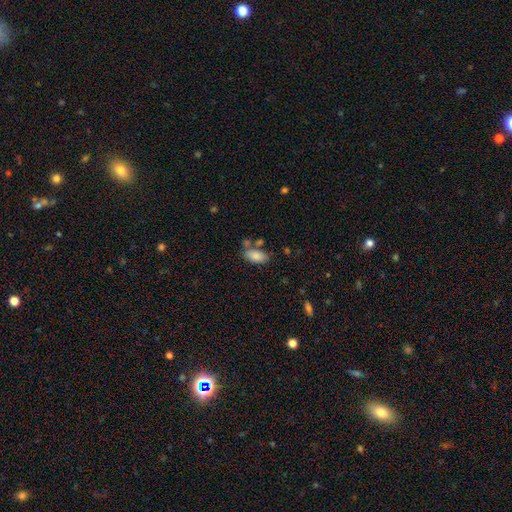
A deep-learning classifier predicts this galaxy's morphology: Q: Smooth or featured?
A: smooth (84%); runner-up: featured or disk (8%)
Q: How rounded?
A: in between (92%); runner-up: cigar-shaped (5%)
Q: Merging?
A: none (58%); runner-up: minor disturbance (18%)